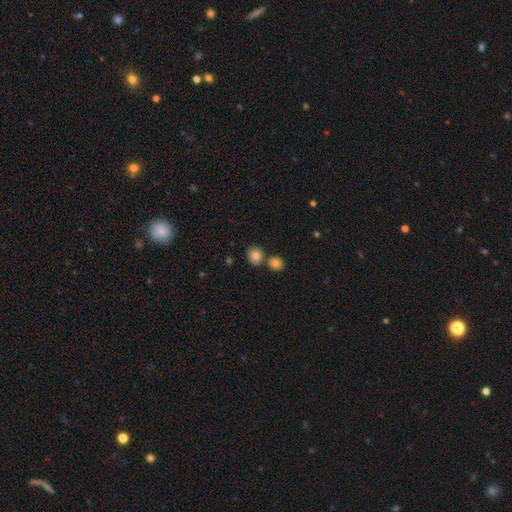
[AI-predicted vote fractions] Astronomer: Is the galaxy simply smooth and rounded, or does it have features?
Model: smooth — 83%.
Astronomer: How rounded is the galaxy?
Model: round — 77%.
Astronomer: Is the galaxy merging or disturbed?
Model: none — 63%.